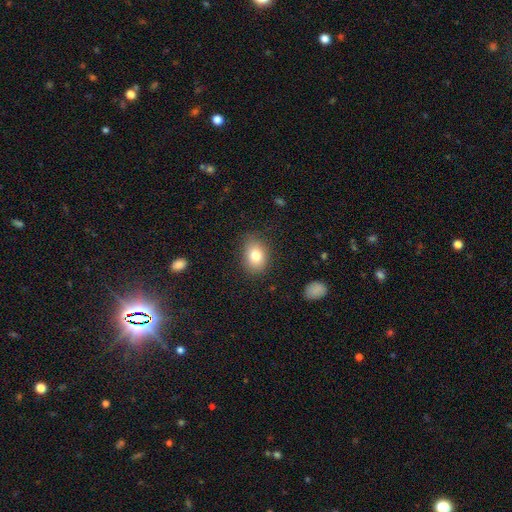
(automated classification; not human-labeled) smooth_or_featured: smooth (p=0.80) [alt: featured or disk p=0.11]
how_rounded: in between (p=0.70) [alt: round p=0.29]
merging: none (p=0.81) [alt: minor disturbance p=0.14]